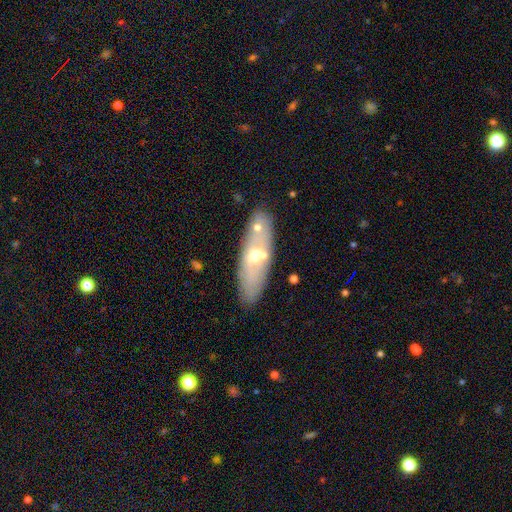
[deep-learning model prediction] A featured or disk galaxy (48%).

Vote fractions:
- Smooth or featured? featured or disk: 48% / smooth: 44% / star or artifact: 8%
- Merging? none: 69% / merger: 14% / minor disturbance: 13% / major disturbance: 4%